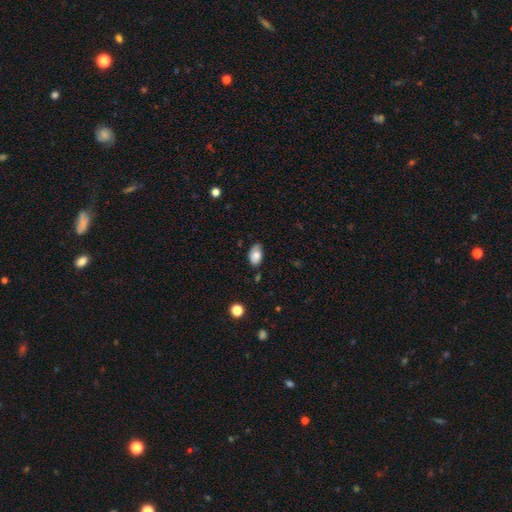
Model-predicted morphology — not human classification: Smooth or featured?
  - smooth: 79% *
  - featured or disk: 13%
  - star or artifact: 8%
How rounded?
  - in between: 89% *
  - round: 10%
  - cigar-shaped: 1%
Merging?
  - none: 62% *
  - minor disturbance: 30%
  - major disturbance: 5%
  - merger: 2%